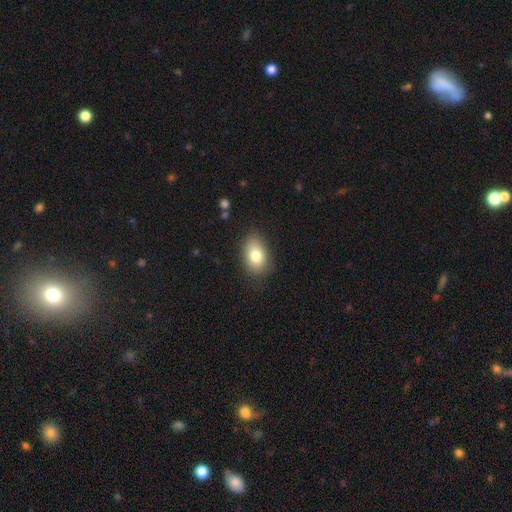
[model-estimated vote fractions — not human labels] A smooth galaxy with no disk features (80%) that is in between round and cigar-shaped (85%). Merging: none (83%).